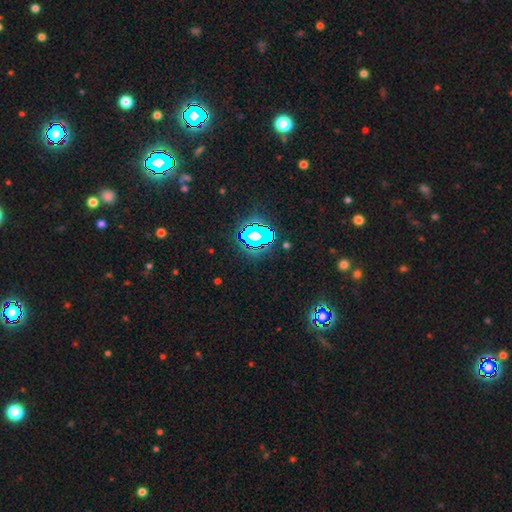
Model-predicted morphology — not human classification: smooth_or_featured: star or artifact (p=0.80) [alt: smooth p=0.12]